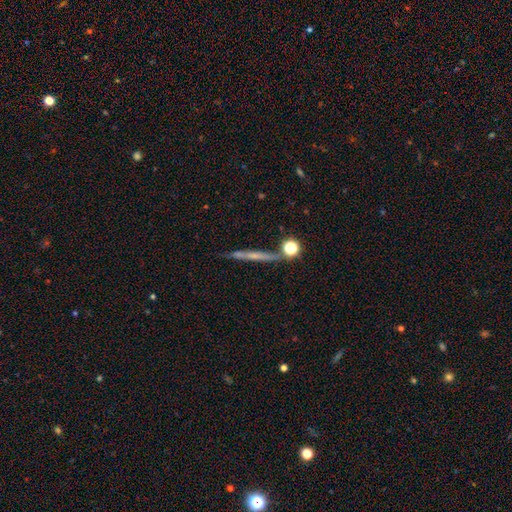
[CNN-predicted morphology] A featured or disk galaxy (48%).

Vote fractions:
- Smooth or featured? featured or disk: 48% / smooth: 41% / star or artifact: 11%
- Merging? none: 73% / minor disturbance: 13% / merger: 9% / major disturbance: 5%